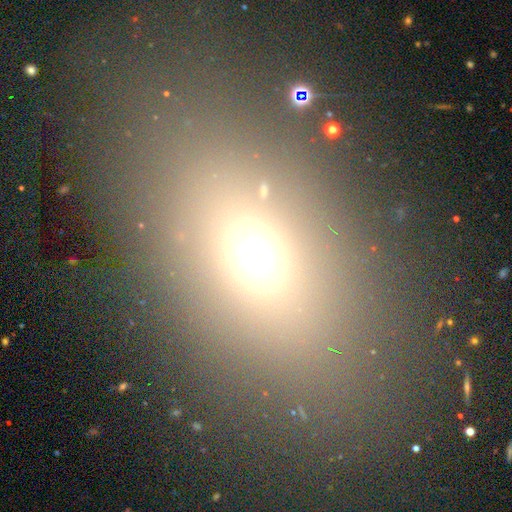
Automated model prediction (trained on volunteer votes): A smooth galaxy with no disk features (66%) that is in between round and cigar-shaped (74%).

Vote fractions:
- Smooth or featured? smooth: 66% / star or artifact: 21% / featured or disk: 13%
- How rounded? in between: 74% / round: 23% / cigar-shaped: 3%
- Merging? none: 77% / minor disturbance: 12% / major disturbance: 7% / merger: 5%